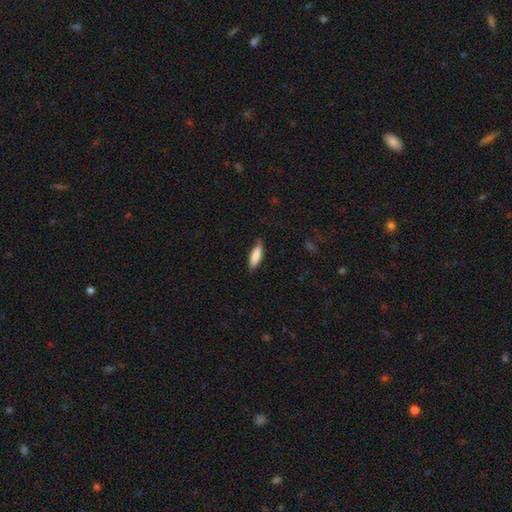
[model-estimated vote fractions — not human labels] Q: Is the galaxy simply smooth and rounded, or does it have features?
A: smooth — 83%.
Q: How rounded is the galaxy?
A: cigar-shaped — 63%.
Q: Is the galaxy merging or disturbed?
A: none — 82%.